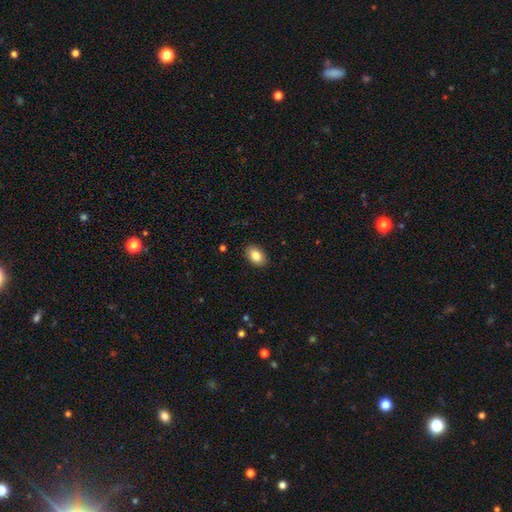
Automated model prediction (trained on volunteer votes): Smooth or featured?
  - smooth: 85% *
  - featured or disk: 8%
  - star or artifact: 7%
How rounded?
  - in between: 90% *
  - round: 9%
  - cigar-shaped: 1%
Merging?
  - none: 90% *
  - minor disturbance: 8%
  - major disturbance: 2%
  - merger: 1%